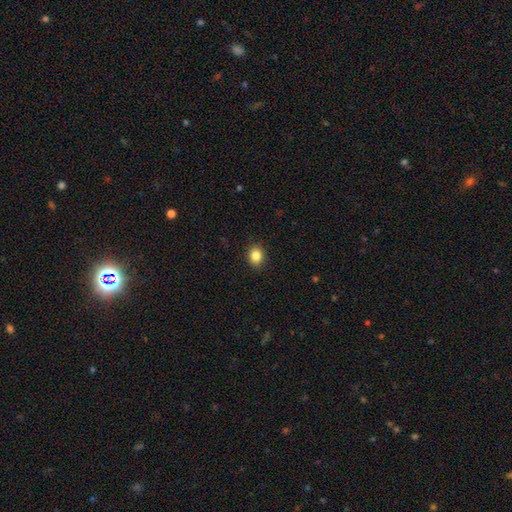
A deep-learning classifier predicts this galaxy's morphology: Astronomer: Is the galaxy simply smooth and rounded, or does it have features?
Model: smooth — 86%.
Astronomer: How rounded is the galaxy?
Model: round — 56% (runner-up: in between, 43%).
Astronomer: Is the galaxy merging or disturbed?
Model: none — 90%.